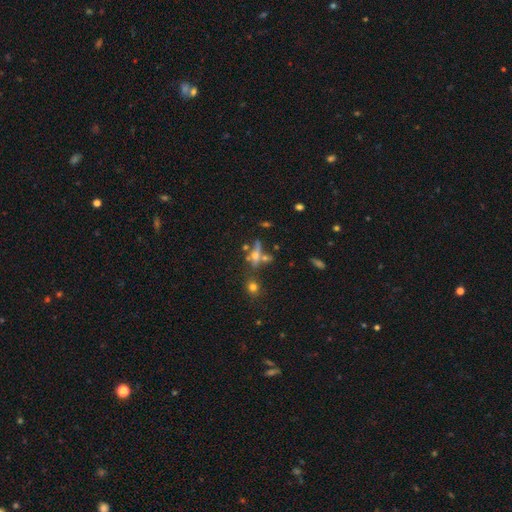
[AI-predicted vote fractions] Smooth or featured: featured or disk — 47% (smooth — 35%)
Merging: none — 50% (merger — 25%)